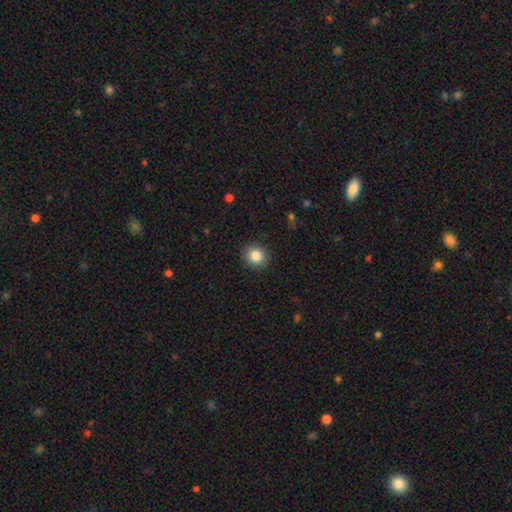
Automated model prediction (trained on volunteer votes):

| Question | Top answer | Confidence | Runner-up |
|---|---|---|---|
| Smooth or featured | smooth | 85% | star or artifact (10%) |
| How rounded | round | 86% | in between (13%) |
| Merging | none | 91% | minor disturbance (6%) |